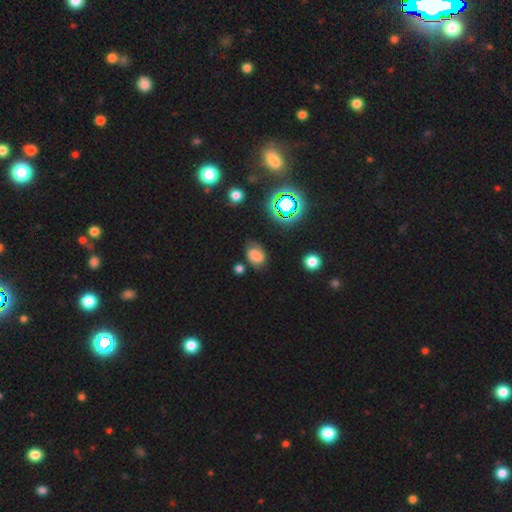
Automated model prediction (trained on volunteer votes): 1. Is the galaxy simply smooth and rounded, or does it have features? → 55% smooth, 29% featured or disk, 17% star or artifact.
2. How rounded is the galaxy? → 75% in between, 23% round, 1% cigar-shaped.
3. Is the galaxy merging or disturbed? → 64% none, 23% minor disturbance, 8% major disturbance, 4% merger.